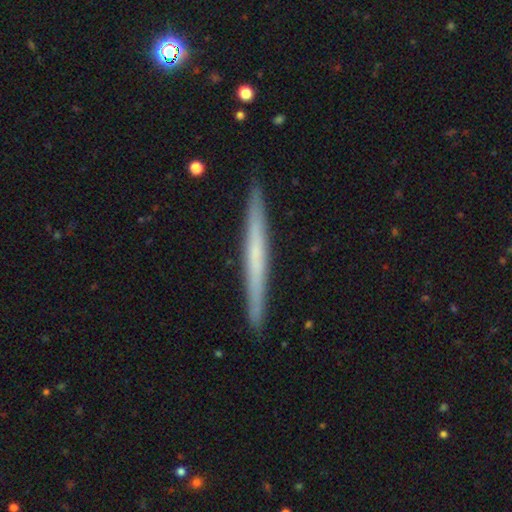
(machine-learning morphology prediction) A featured or disk galaxy (53%) viewed edge-on (97%) with no central bulge (84%).

Vote fractions:
- Smooth or featured? featured or disk: 53% / smooth: 42% / star or artifact: 6%
- Edge-on disk? yes: 97% / no: 3%
- Edge-on bulge? none: 84% / rounded: 11% / boxy: 4%
- Merging? none: 93% / minor disturbance: 5% / major disturbance: 1% / merger: 1%